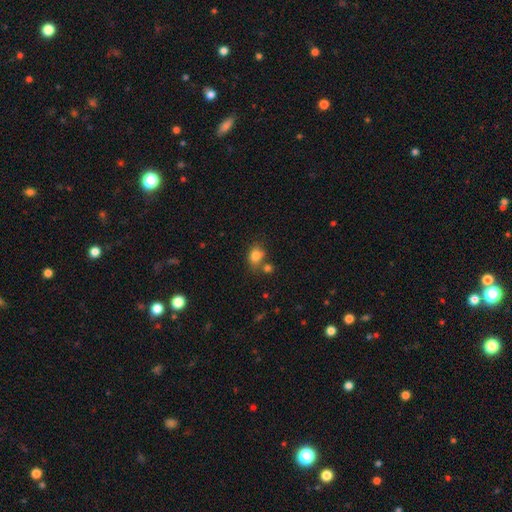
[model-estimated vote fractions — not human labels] smooth-or-featured: smooth: 81% | star or artifact: 11% | featured or disk: 8%
  how-rounded: in between: 57% | round: 42% | cigar-shaped: 1%
  merging: none: 56% | merger: 21% | minor disturbance: 17% | major disturbance: 6%